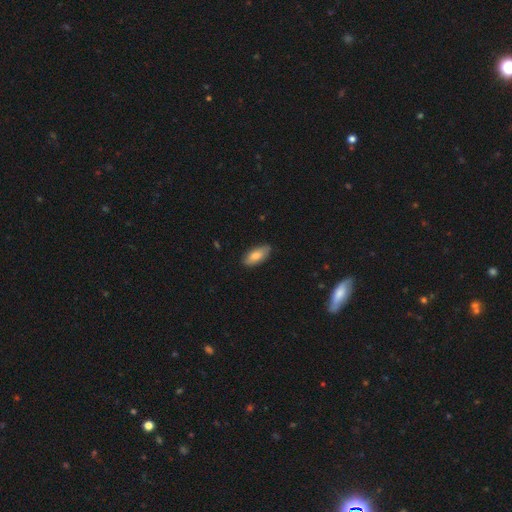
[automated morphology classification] type=smooth (78%); roundness=in between (86%); merging=none (83%).